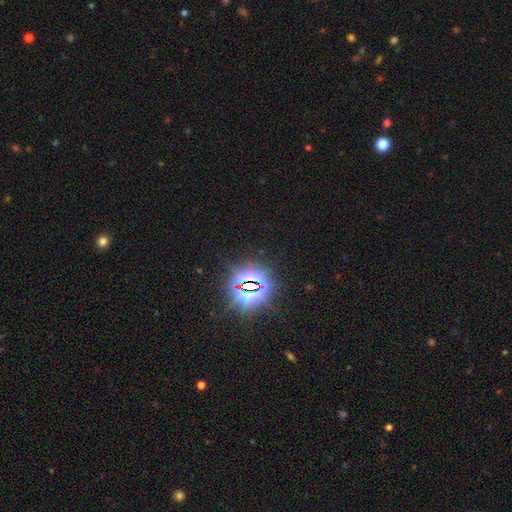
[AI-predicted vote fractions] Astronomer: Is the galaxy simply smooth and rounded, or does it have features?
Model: star or artifact — 84%.